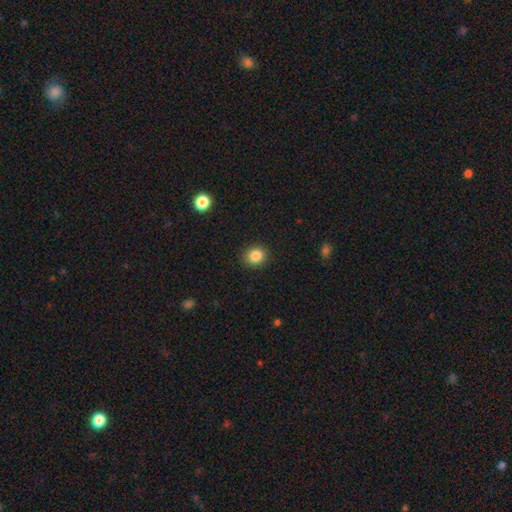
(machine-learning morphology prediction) This is clearly a smooth galaxy (86%). How rounded: likely round (76%). Merging: clearly none (89%).